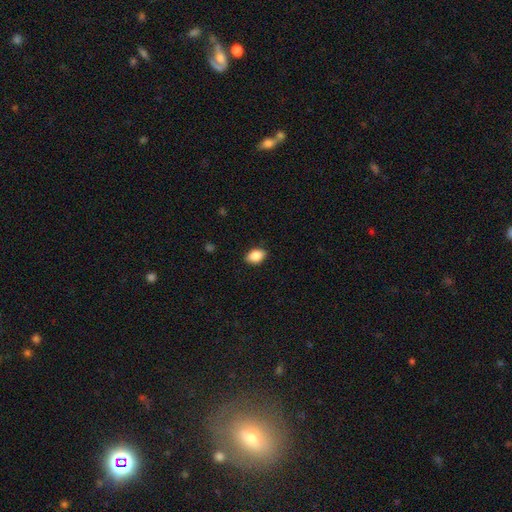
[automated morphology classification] Smooth or featured?
  - smooth: 86% *
  - star or artifact: 8%
  - featured or disk: 6%
How rounded?
  - in between: 84% *
  - round: 14%
  - cigar-shaped: 1%
Merging?
  - none: 88% *
  - minor disturbance: 9%
  - major disturbance: 2%
  - merger: 1%